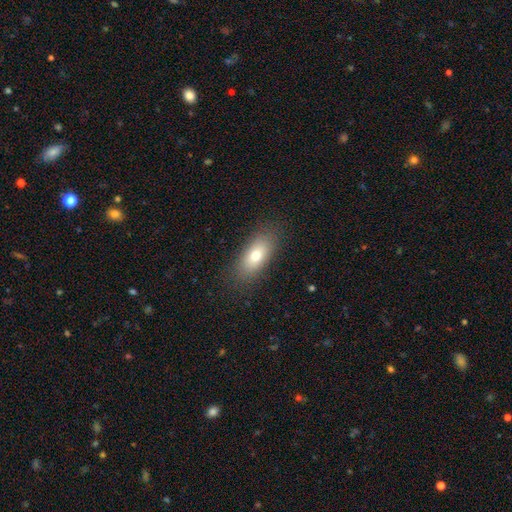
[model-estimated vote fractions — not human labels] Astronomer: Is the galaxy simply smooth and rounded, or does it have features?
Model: smooth — 74%.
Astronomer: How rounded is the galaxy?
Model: in between — 82%.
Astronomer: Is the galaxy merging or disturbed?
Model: none — 85%.